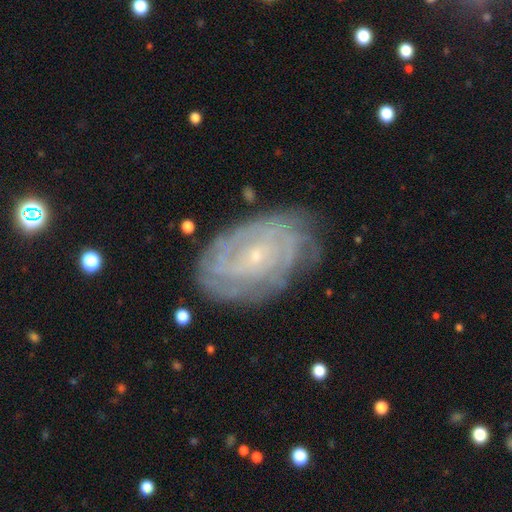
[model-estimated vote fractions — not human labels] Smooth or featured? featured or disk (82%)
Edge-on disk? no (96%)
Bar? no (72%)
Spiral arms? yes (92%)
Spiral winding? tight (79%)
Spiral arm count? can't tell (45%)
Bulge size? small (86%)
Merging? none (76%)